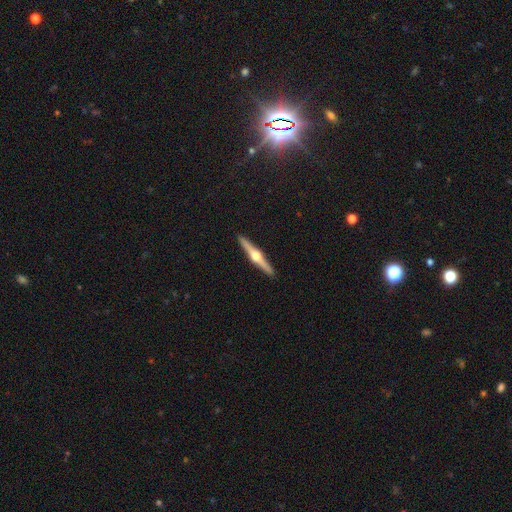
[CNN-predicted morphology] smooth-or-featured: featured or disk: 79% | smooth: 16% | star or artifact: 5%
  disk-edge-on: yes: 98% | no: 2%
    edge-on-bulge: rounded: 96% | boxy: 2% | none: 2%
  merging: none: 93% | minor disturbance: 5% | major disturbance: 1% | merger: 1%